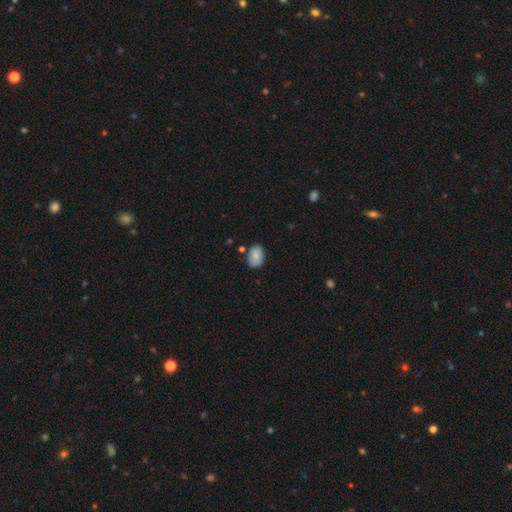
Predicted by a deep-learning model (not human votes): smooth 84%, featured or disk 9%, star or artifact 8%. Down the decision tree: how rounded — in between (81%); merging — none (73%).